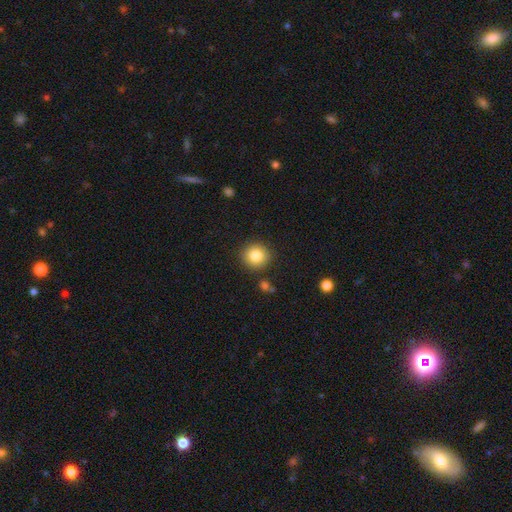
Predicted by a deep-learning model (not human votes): This is clearly a smooth galaxy (83%). How rounded: clearly round (91%). Merging: clearly none (87%).